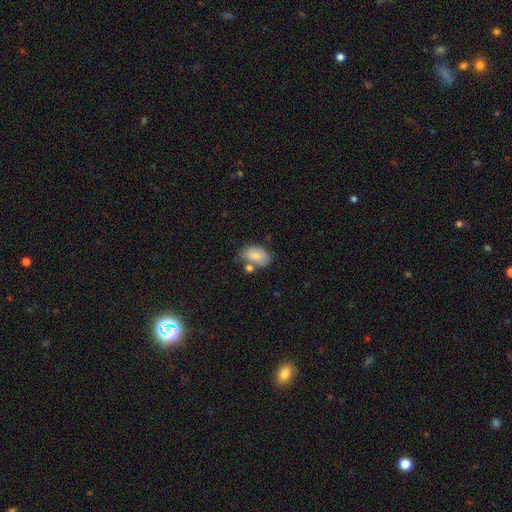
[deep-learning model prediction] A smooth galaxy with no disk features (77%) that is in between round and cigar-shaped (90%).

Vote fractions:
- Smooth or featured? smooth: 77% / featured or disk: 16% / star or artifact: 7%
- How rounded? in between: 90% / round: 9% / cigar-shaped: 1%
- Merging? none: 50% / minor disturbance: 22% / merger: 21% / major disturbance: 7%